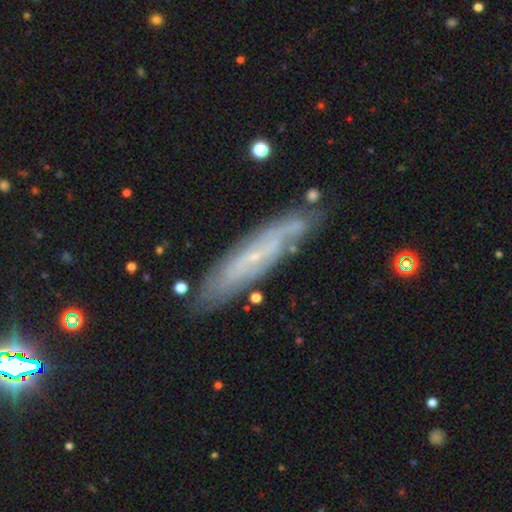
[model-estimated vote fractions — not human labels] featured or disk 69%, smooth 23%, star or artifact 8%. Down the decision tree: edge-on disk — no (56%); merging — none (78%).